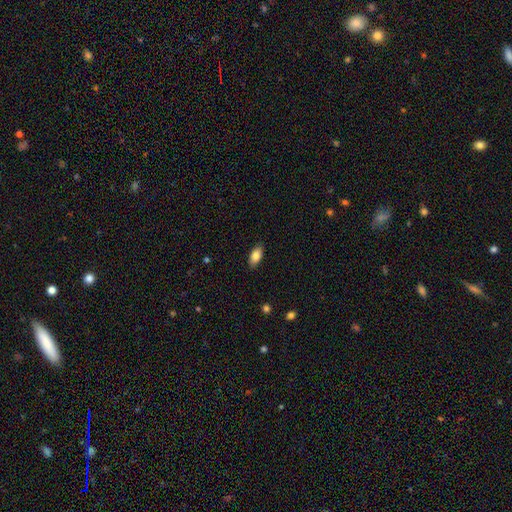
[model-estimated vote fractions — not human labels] Morphology: type=smooth (83%); roundness=in between (90%); merging=none (87%).